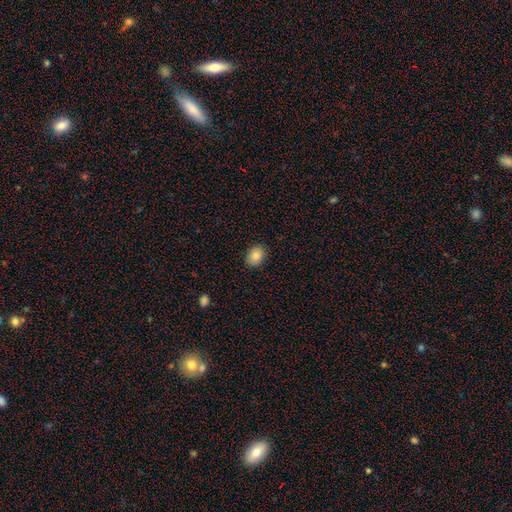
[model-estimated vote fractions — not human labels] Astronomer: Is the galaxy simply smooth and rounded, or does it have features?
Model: smooth — 86%.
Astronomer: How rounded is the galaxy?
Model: in between — 65%.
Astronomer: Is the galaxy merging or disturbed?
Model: none — 88%.